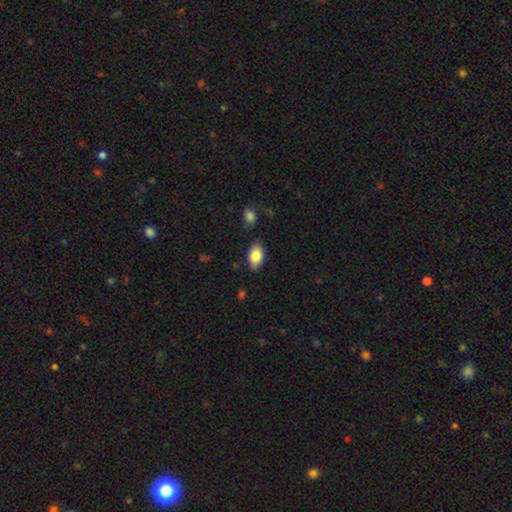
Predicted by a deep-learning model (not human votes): Smooth or featured: smooth — 83% (featured or disk — 10%)
How rounded: in between — 91% (round — 7%)
Merging: none — 83% (minor disturbance — 12%)